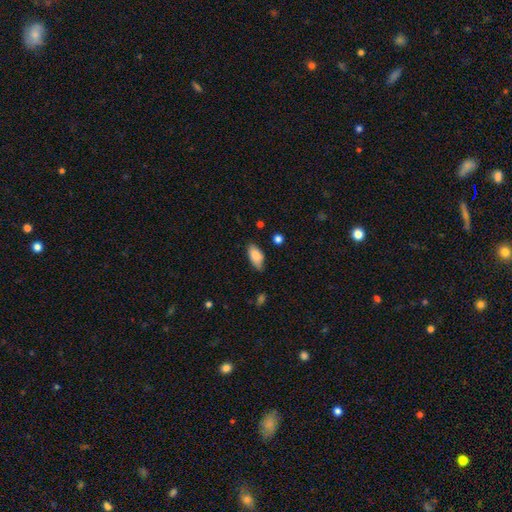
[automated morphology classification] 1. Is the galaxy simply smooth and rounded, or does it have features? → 83% smooth, 10% featured or disk, 7% star or artifact.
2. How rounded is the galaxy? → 89% in between, 9% cigar-shaped, 3% round.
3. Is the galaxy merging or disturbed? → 72% none, 23% minor disturbance, 4% major disturbance, 2% merger.